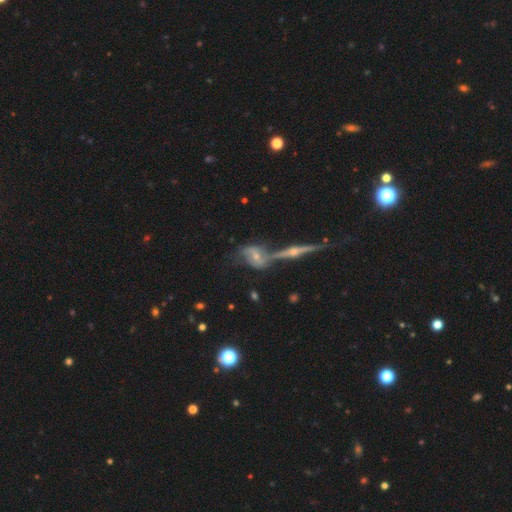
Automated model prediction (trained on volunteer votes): Smooth or featured: featured or disk — 74% (smooth — 17%)
Edge-on disk: no — 64% (yes — 36%)
Merging: none — 43% (merger — 32%)